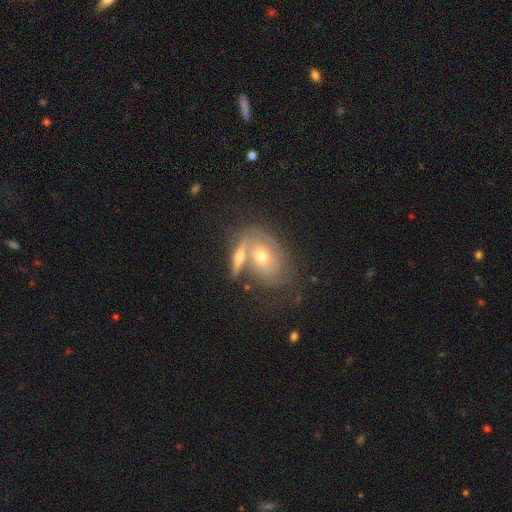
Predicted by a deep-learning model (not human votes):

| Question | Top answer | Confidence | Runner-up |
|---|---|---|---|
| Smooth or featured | featured or disk | 57% | smooth (34%) |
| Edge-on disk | no | 88% | yes (12%) |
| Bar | no | 78% | weak (17%) |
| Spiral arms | no | 51% | yes (49%) |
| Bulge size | moderate | 67% | small (26%) |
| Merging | merger | 41% | none (38%) |